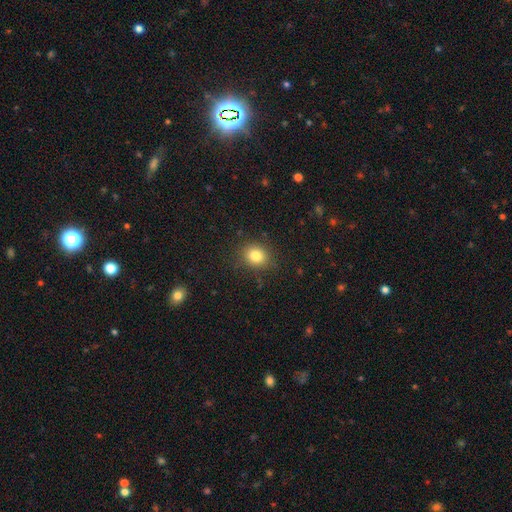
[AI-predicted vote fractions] A smooth galaxy with no disk features (82%) that is round (67%).

Vote fractions:
- Smooth or featured? smooth: 82% / star or artifact: 12% / featured or disk: 7%
- How rounded? round: 67% / in between: 32% / cigar-shaped: 1%
- Merging? none: 86% / minor disturbance: 10% / major disturbance: 3% / merger: 1%